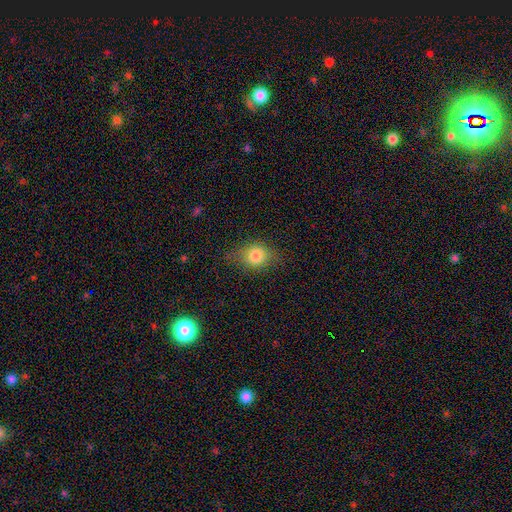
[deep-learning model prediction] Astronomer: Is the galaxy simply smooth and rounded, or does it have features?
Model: smooth — 79%.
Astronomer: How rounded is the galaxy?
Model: round — 56% (runner-up: in between, 42%).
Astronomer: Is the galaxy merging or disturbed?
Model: none — 72%.